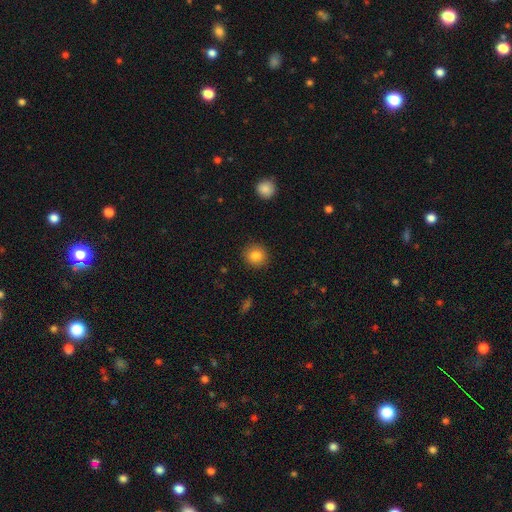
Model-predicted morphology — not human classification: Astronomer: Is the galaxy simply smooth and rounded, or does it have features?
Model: smooth — 84%.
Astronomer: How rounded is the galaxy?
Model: round — 90%.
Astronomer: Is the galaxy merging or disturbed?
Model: none — 90%.